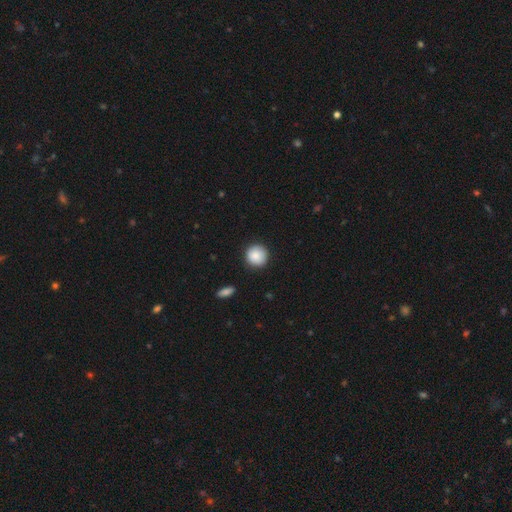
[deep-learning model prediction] Morphology: type=smooth (85%); roundness=round (94%); merging=none (87%).